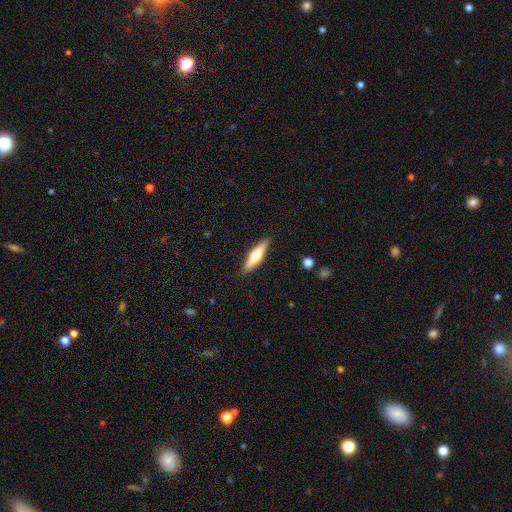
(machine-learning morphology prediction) smooth-or-featured: featured or disk: 47% (tied) | smooth: 47% (tied) | star or artifact: 6%
  merging: none: 89% | minor disturbance: 8% | major disturbance: 2% | merger: 1%